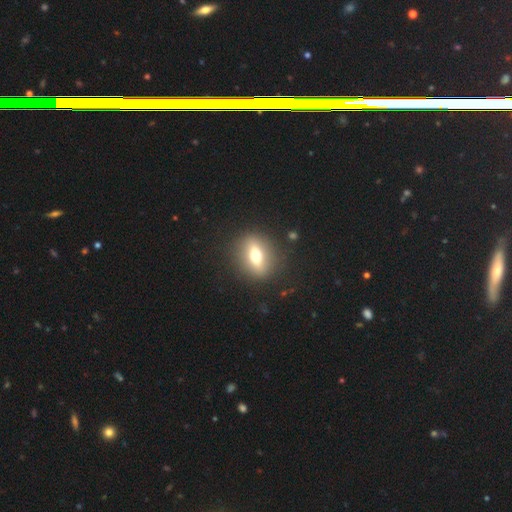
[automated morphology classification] Smooth or featured: smooth — 50% (featured or disk — 40%)
How rounded: in between — 48% (round — 41%)
Merging: none — 87% (minor disturbance — 8%)